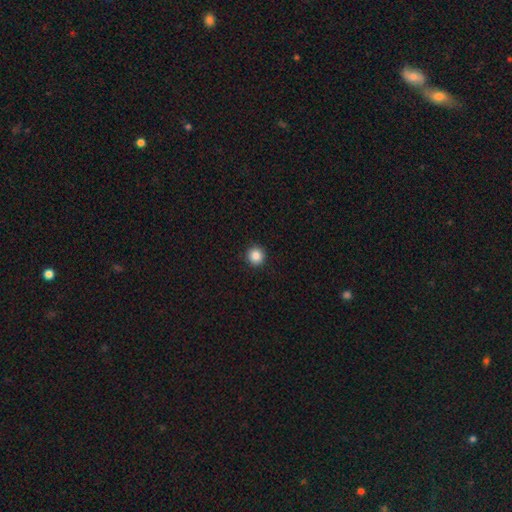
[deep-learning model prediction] smooth 86%, star or artifact 10%, featured or disk 4%. Down the decision tree: how rounded — round (95%); merging — none (93%).